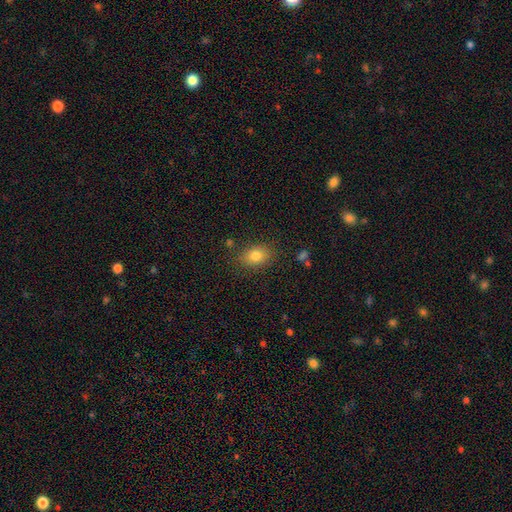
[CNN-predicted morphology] Q: Smooth or featured?
A: smooth (82%); runner-up: star or artifact (10%)
Q: How rounded?
A: in between (71%); runner-up: round (28%)
Q: Merging?
A: none (82%); runner-up: minor disturbance (12%)